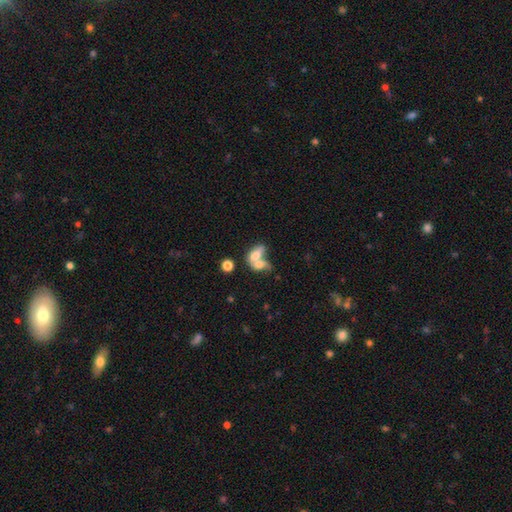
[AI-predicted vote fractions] smooth 67%, featured or disk 24%, star or artifact 9%. Down the decision tree: how rounded — in between (77%); merging — merger (69%).